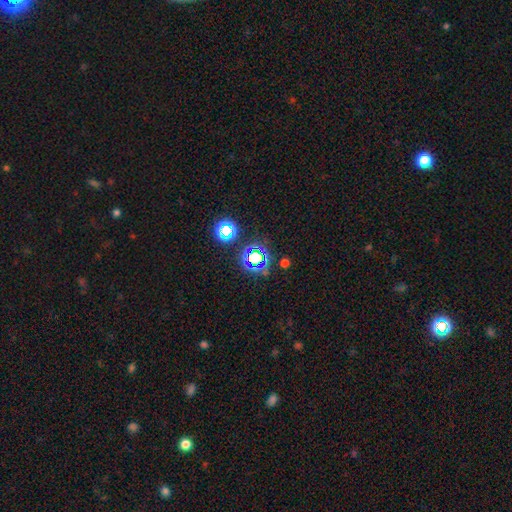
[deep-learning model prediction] Morphology: type=star or artifact (64%).